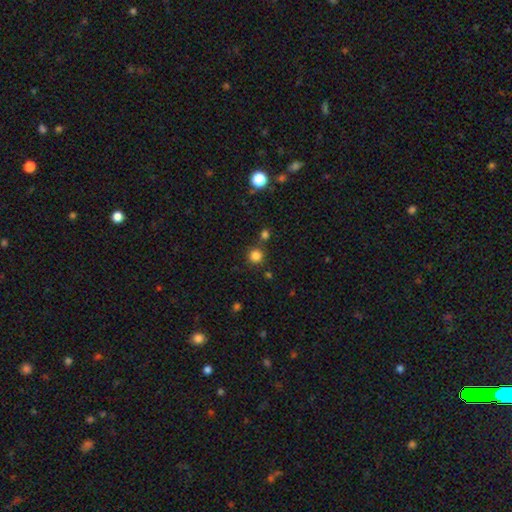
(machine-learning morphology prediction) smooth 82%, star or artifact 14%, featured or disk 4%. Down the decision tree: how rounded — round (93%); merging — none (78%).